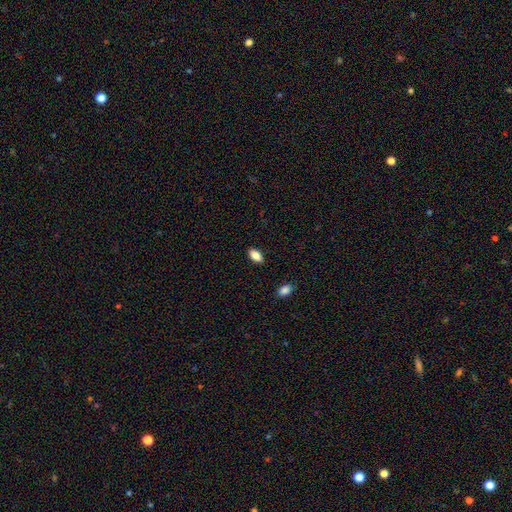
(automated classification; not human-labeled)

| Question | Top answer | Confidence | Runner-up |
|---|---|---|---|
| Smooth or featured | smooth | 86% | star or artifact (8%) |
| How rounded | in between | 91% | cigar-shaped (5%) |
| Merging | none | 88% | minor disturbance (8%) |